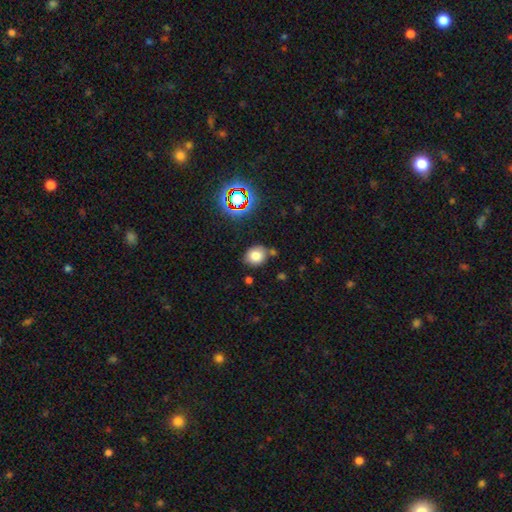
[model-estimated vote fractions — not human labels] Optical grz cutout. It shows a smooth galaxy with no disk features (76%) that is round (67%). Merging: none (76%).